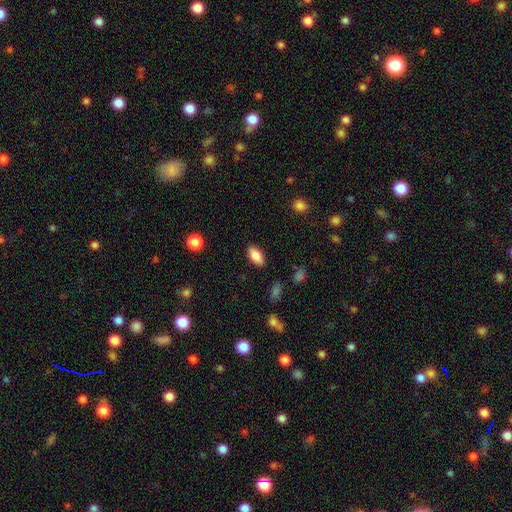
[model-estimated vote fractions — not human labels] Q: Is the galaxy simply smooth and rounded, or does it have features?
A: smooth — 85%.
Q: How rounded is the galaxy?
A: in between — 90%.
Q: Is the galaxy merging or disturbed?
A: none — 87%.